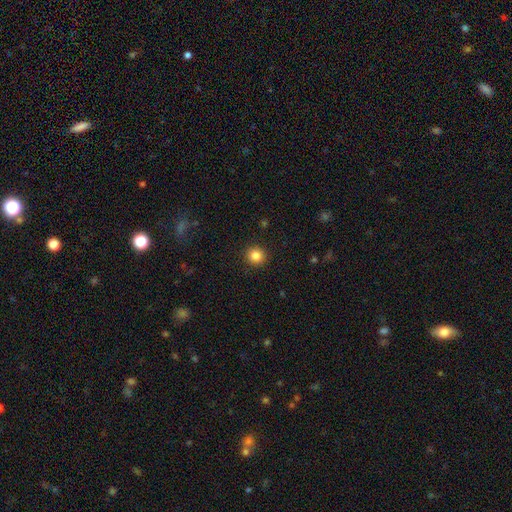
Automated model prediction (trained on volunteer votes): Smooth or featured: smooth — 85% (star or artifact — 11%)
How rounded: round — 92% (in between — 7%)
Merging: none — 92% (minor disturbance — 5%)